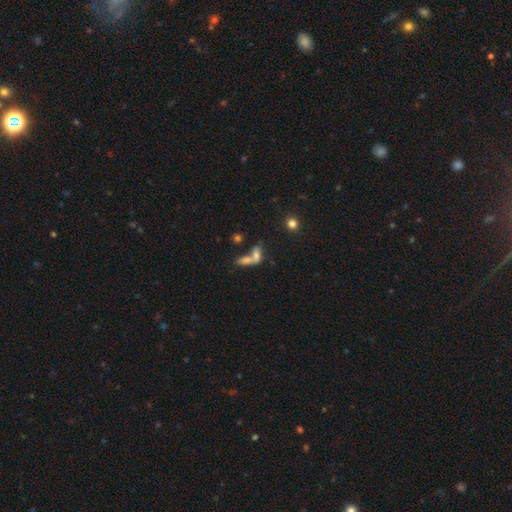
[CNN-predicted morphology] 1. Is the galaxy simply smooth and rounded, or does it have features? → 63% smooth, 24% featured or disk, 14% star or artifact.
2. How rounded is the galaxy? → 63% in between, 28% cigar-shaped, 9% round.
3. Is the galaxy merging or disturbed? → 62% merger, 24% none, 8% minor disturbance, 7% major disturbance.